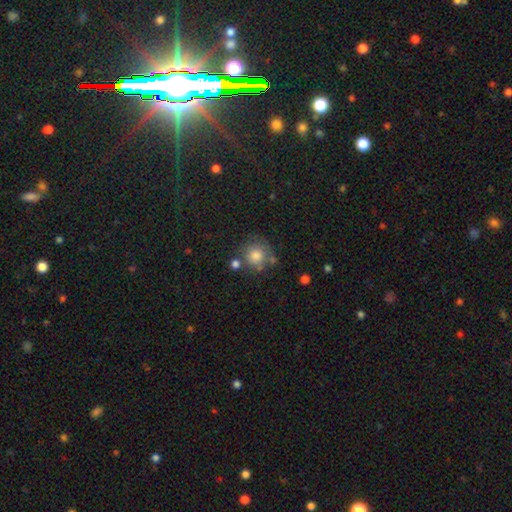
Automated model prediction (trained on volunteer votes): This appears to be a smooth galaxy with no disk features (80%) that is round (91%). Merging: none (67%).